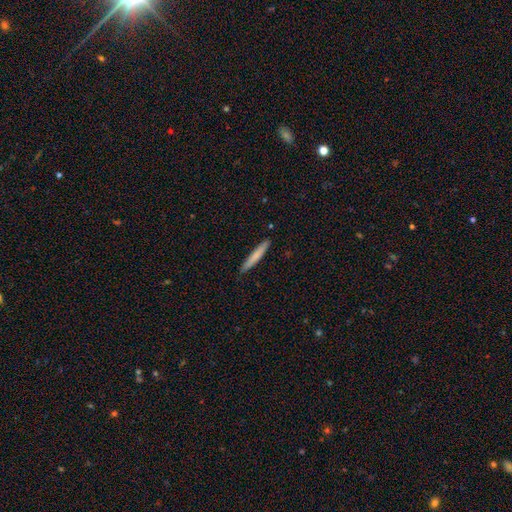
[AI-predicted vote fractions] This appears to be a smooth galaxy with no disk features (73%) that is cigar-shaped (95%). Merging: none (90%).